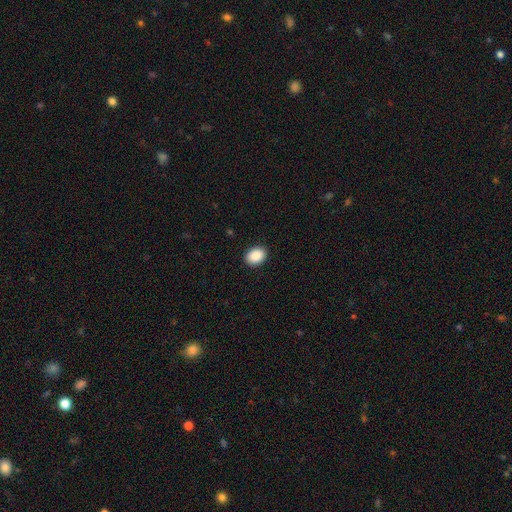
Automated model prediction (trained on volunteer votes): This appears to be a smooth galaxy with no disk features (90%) that is in between round and cigar-shaped (71%). Merging: none (91%).